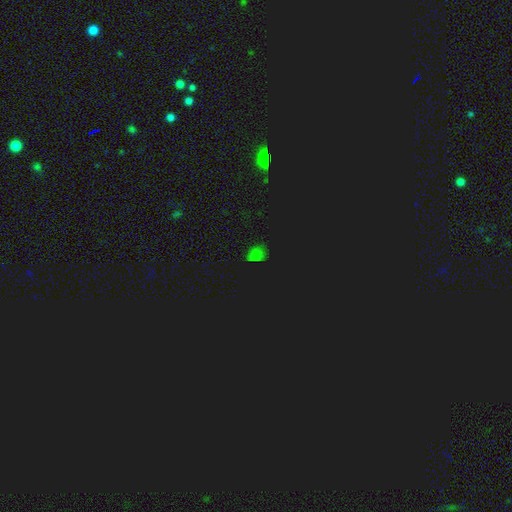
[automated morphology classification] Q: Smooth or featured?
A: star or artifact (55%); runner-up: smooth (40%)